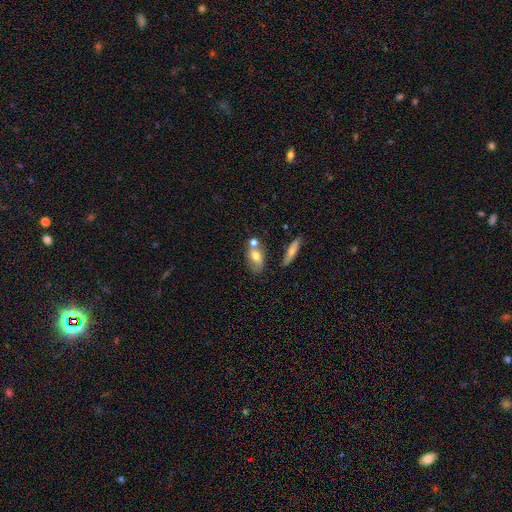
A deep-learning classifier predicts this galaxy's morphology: Smooth or featured? Predicted: smooth (p=0.65). How rounded? Predicted: in between (p=0.79). Merging? Predicted: none (p=0.48).